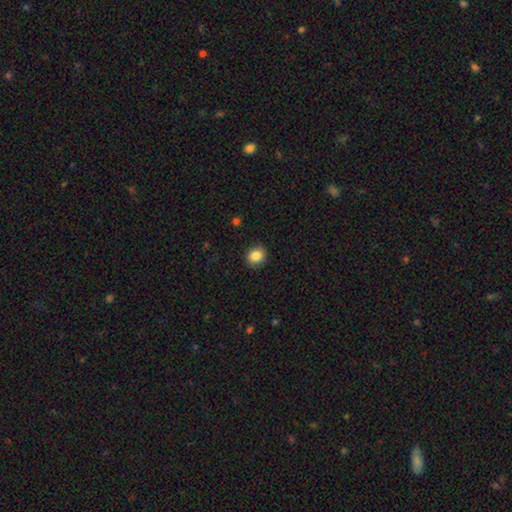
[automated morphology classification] Overall: smooth (86%). How rounded: round (78%). Merging: none (88%).